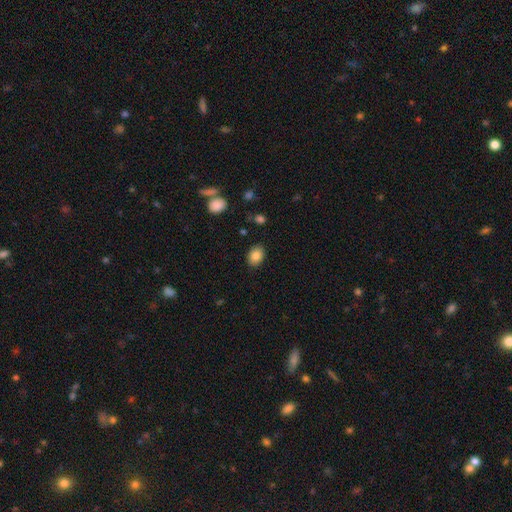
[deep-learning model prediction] This appears to be a smooth galaxy with no disk features (85%) that is in between round and cigar-shaped (69%). Merging: none (87%).